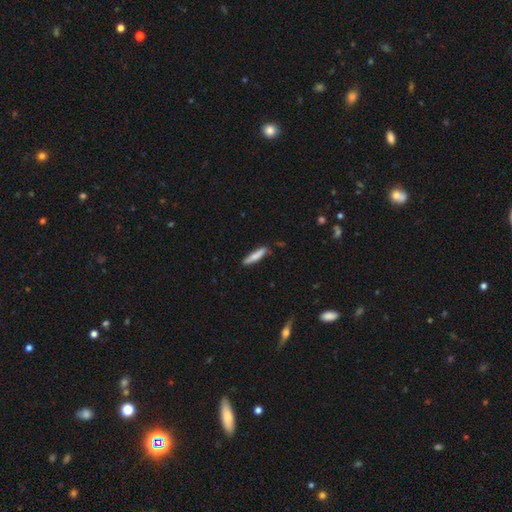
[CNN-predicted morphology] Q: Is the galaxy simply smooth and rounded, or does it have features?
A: smooth — 75%.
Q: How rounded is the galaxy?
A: cigar-shaped — 85%.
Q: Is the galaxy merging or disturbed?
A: none — 82%.